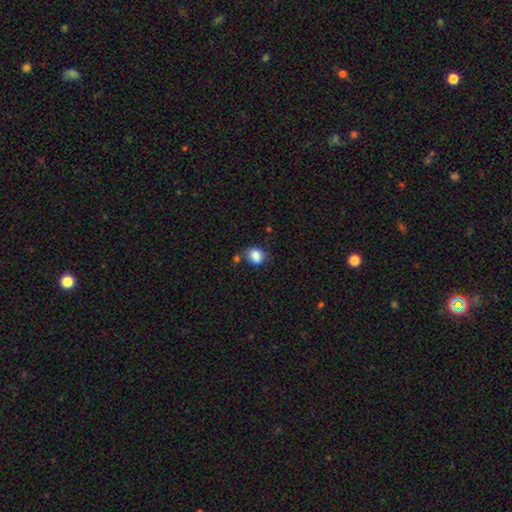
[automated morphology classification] Smooth or featured? smooth (85%)
How rounded? round (63%)
Merging? none (71%)